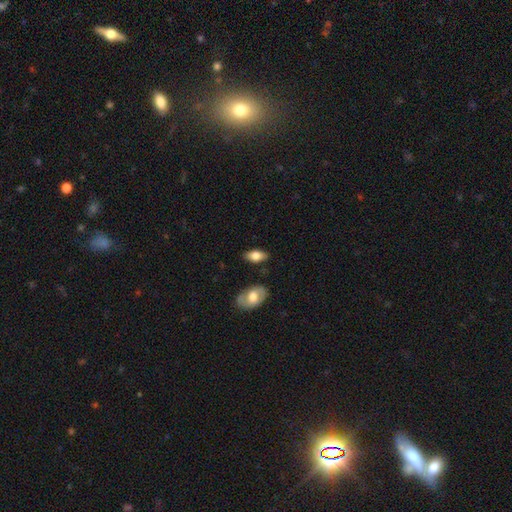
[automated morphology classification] Smooth or featured?
  - smooth: 74% *
  - featured or disk: 20%
  - star or artifact: 6%
How rounded?
  - in between: 90% *
  - cigar-shaped: 7%
  - round: 4%
Merging?
  - none: 81% *
  - minor disturbance: 12%
  - merger: 3%
  - major disturbance: 3%